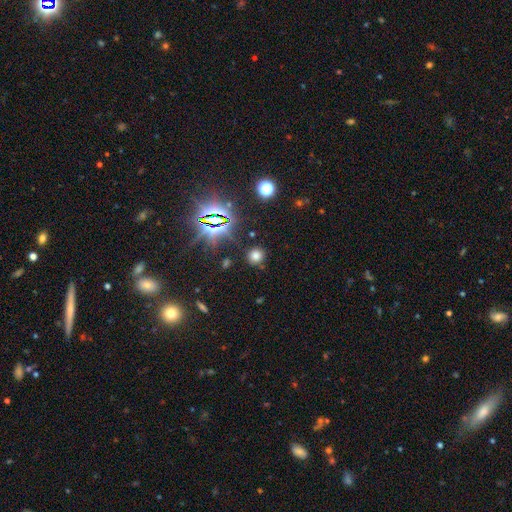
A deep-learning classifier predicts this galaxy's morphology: A smooth galaxy with no disk features (66%) that is round (87%). Merging: none (84%).